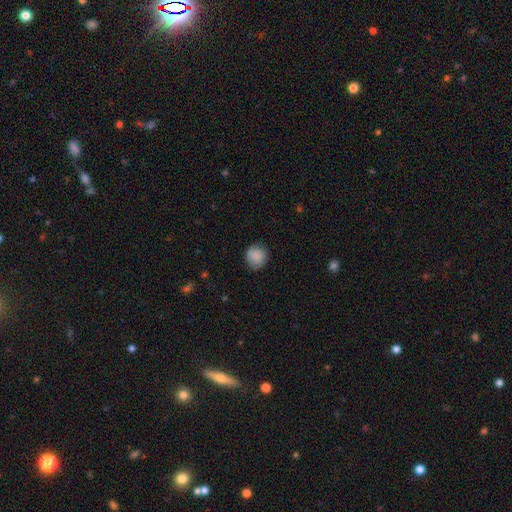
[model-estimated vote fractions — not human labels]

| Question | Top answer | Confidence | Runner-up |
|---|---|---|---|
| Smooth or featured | smooth | 85% | star or artifact (8%) |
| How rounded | round | 85% | in between (14%) |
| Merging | none | 80% | minor disturbance (15%) |